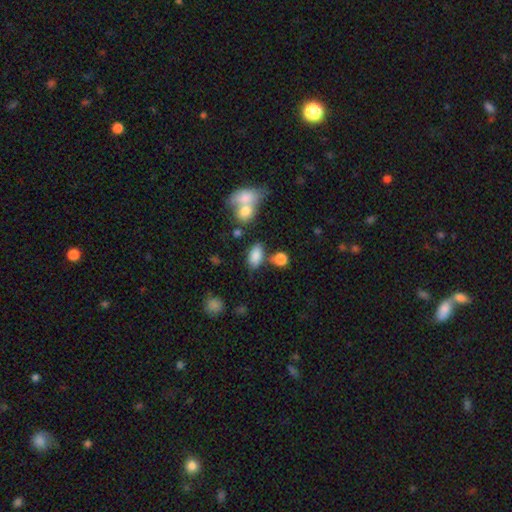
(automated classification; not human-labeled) smooth 84%, star or artifact 10%, featured or disk 7%. Down the decision tree: how rounded — in between (91%); merging — none (63%).